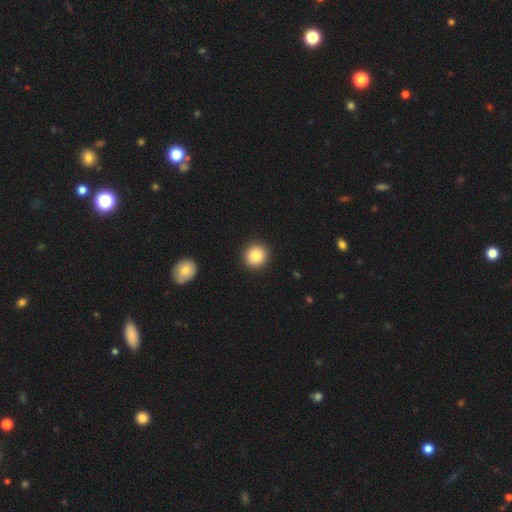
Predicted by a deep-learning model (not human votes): smooth-or-featured: smooth: 86% | star or artifact: 8% | featured or disk: 6%
  how-rounded: round: 94% | in between: 5% | cigar-shaped: 1%
  merging: none: 93% | minor disturbance: 5% | major disturbance: 2% | merger: 1%